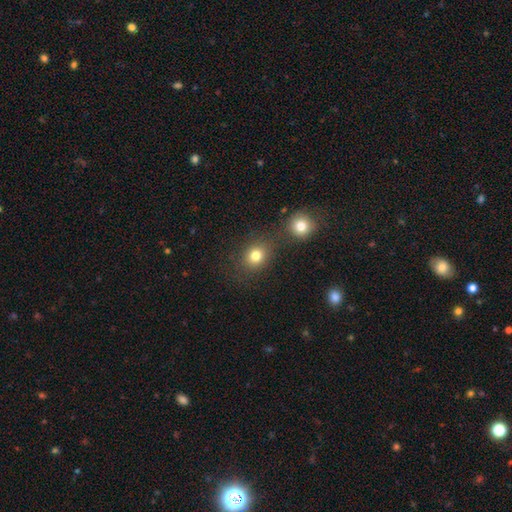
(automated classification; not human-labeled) smooth 78%, star or artifact 14%, featured or disk 8%. Down the decision tree: how rounded — round (71%); merging — none (68%).